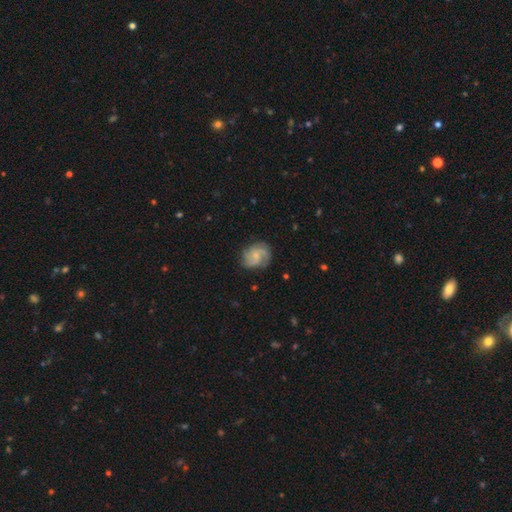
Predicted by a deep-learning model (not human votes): Smooth or featured: featured or disk — 73% (smooth — 20%)
Edge-on disk: no — 98% (yes — 2%)
Bar: no — 64% (weak — 32%)
Spiral arms: yes — 95% (no — 5%)
Spiral winding: medium — 48% (tight — 30%)
Spiral arm count: 3 — 43% (2 — 24%)
Bulge size: small — 56% (moderate — 23%)
Merging: none — 74% (minor disturbance — 17%)